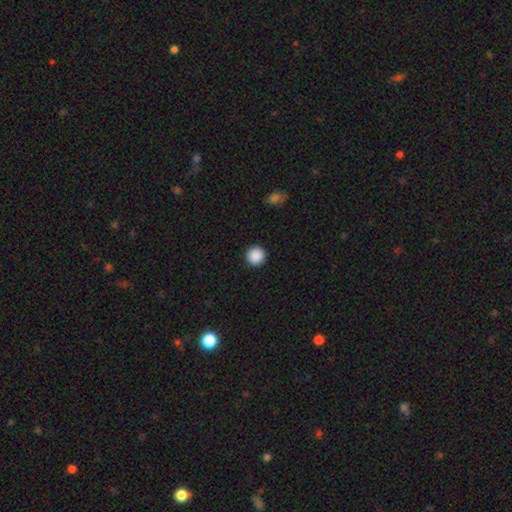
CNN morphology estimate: Smooth or featured? Predicted: smooth (p=0.89). How rounded? Predicted: round (p=0.96). Merging? Predicted: none (p=0.93).